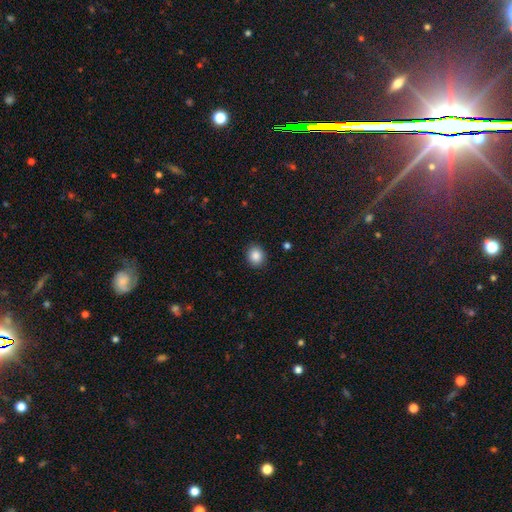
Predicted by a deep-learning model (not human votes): Smooth or featured? smooth (87%)
How rounded? round (77%)
Merging? none (91%)